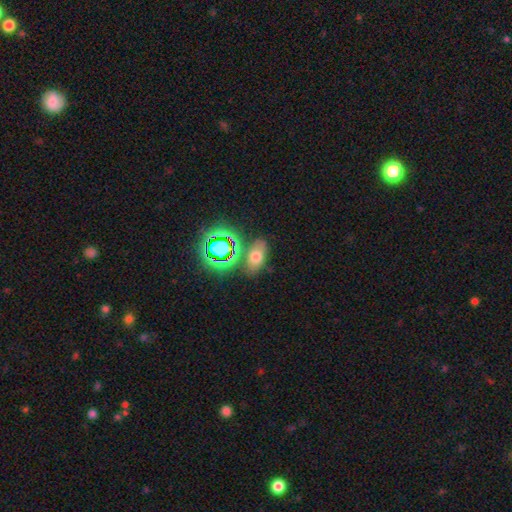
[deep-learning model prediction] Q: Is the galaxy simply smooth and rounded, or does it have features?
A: smooth — 57%.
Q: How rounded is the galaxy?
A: in between — 82%.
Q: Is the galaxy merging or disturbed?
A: none — 69%.